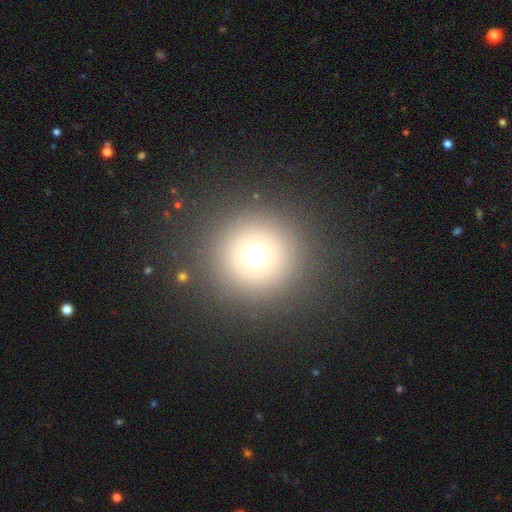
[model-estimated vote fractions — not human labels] This is likely a smooth galaxy (68%). How rounded: clearly round (95%). Merging: clearly none (90%).